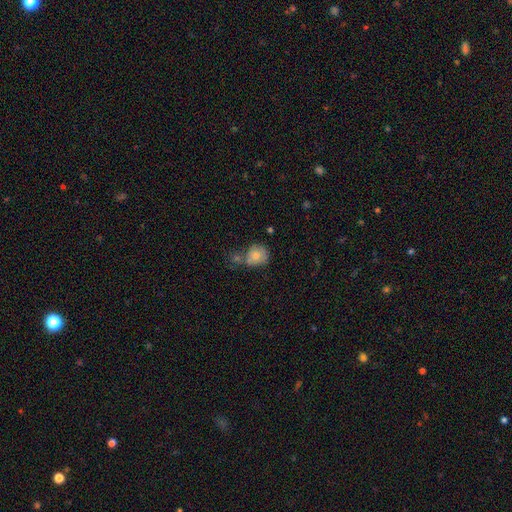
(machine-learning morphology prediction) smooth_or_featured: smooth (p=0.75) [alt: featured or disk p=0.15]
how_rounded: round (p=0.77) [alt: in between p=0.22]
merging: none (p=0.46) [alt: merger p=0.29]